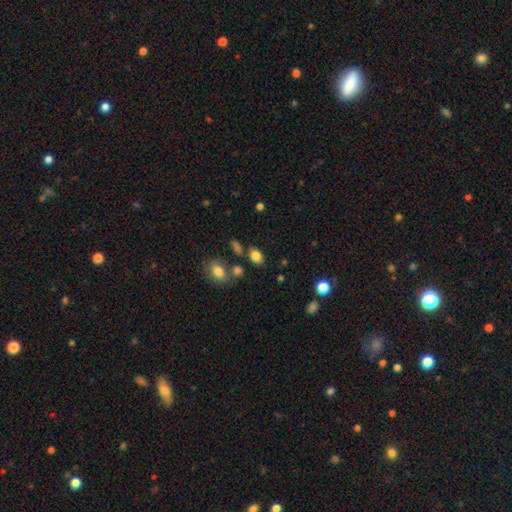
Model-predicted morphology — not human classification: Smooth or featured? smooth (82%)
How rounded? in between (79%)
Merging? none (73%)